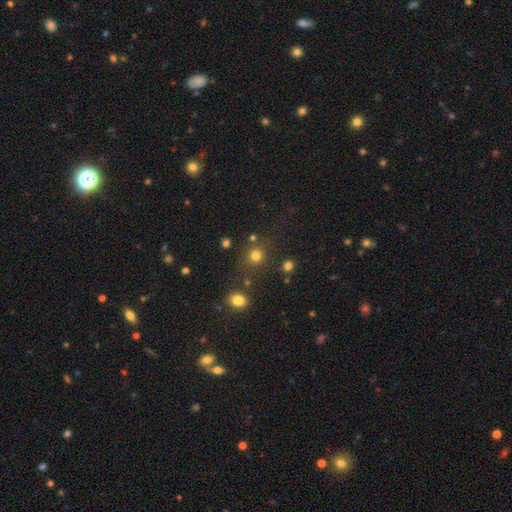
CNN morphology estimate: smooth_or_featured: smooth (p=0.77) [alt: star or artifact p=0.17]
how_rounded: round (p=0.88) [alt: in between p=0.11]
merging: none (p=0.78) [alt: minor disturbance p=0.09]